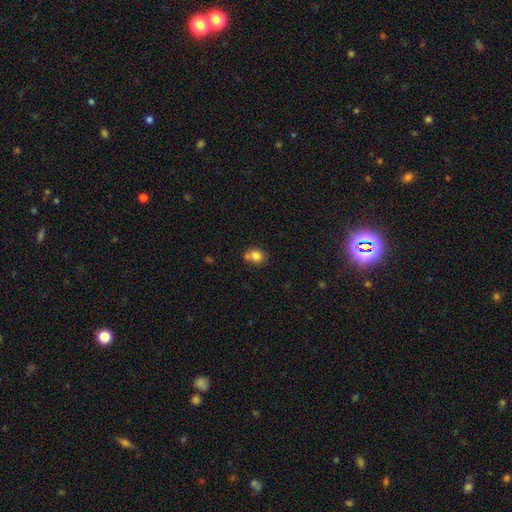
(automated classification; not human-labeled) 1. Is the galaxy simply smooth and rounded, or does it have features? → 81% smooth, 10% star or artifact, 9% featured or disk.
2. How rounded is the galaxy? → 74% round, 25% in between, 1% cigar-shaped.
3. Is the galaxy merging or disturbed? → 55% none, 28% merger, 14% minor disturbance, 4% major disturbance.